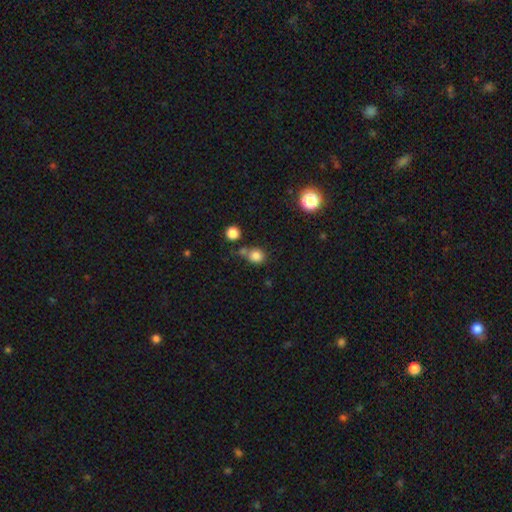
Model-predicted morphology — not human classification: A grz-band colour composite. It shows a smooth galaxy with no disk features (82%) that is round (82%). Merging: none (61%).